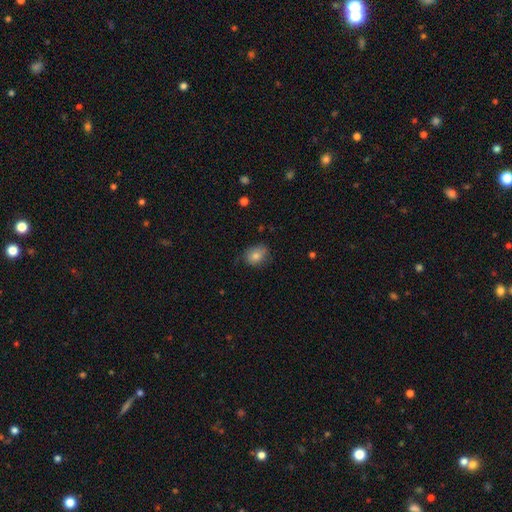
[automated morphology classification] smooth 77%, featured or disk 13%, star or artifact 10%. Down the decision tree: how rounded — in between (51%); merging — none (68%).